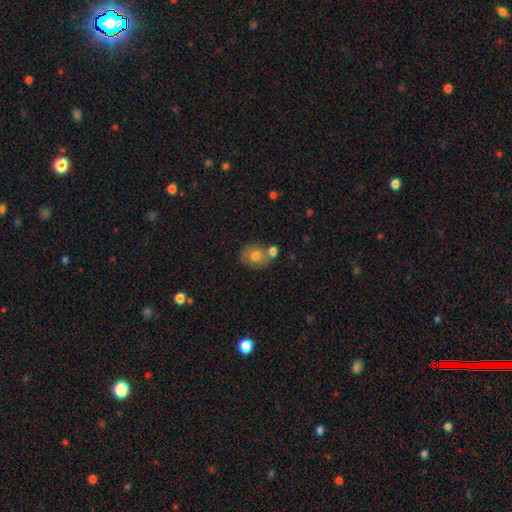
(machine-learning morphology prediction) type=smooth (73%); roundness=round (67%); merging=none (60%).